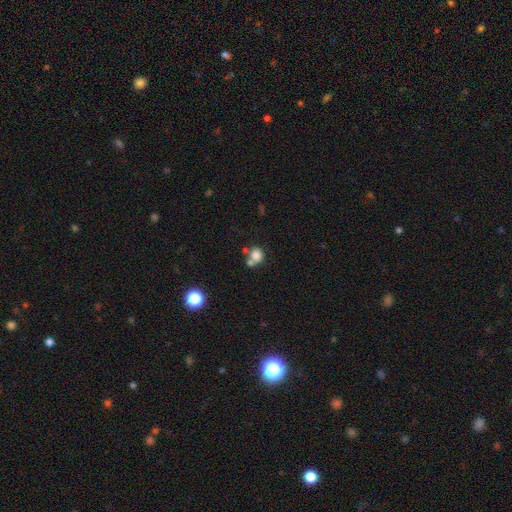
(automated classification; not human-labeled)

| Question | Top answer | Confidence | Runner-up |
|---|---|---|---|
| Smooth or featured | smooth | 79% | star or artifact (12%) |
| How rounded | round | 74% | in between (25%) |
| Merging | none | 47% | merger (36%) |